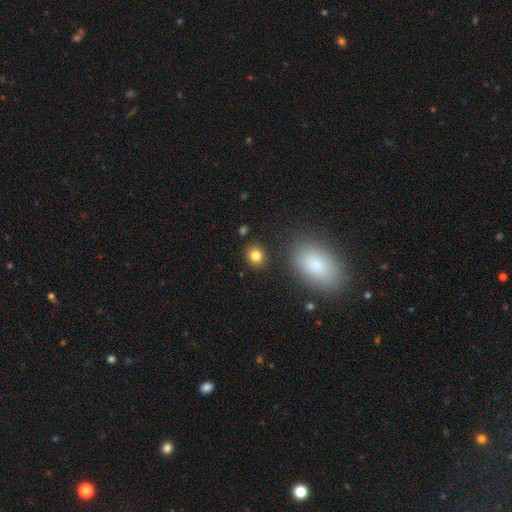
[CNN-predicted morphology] type=smooth (83%); roundness=round (70%); merging=none (86%).